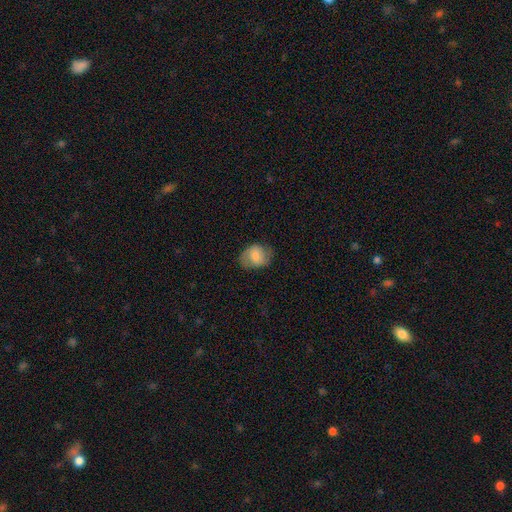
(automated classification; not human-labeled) Smooth or featured?
  - smooth: 63% *
  - featured or disk: 29%
  - star or artifact: 8%
How rounded?
  - in between: 58% *
  - round: 41%
  - cigar-shaped: 1%
Merging?
  - none: 69% *
  - minor disturbance: 22%
  - major disturbance: 8%
  - merger: 1%